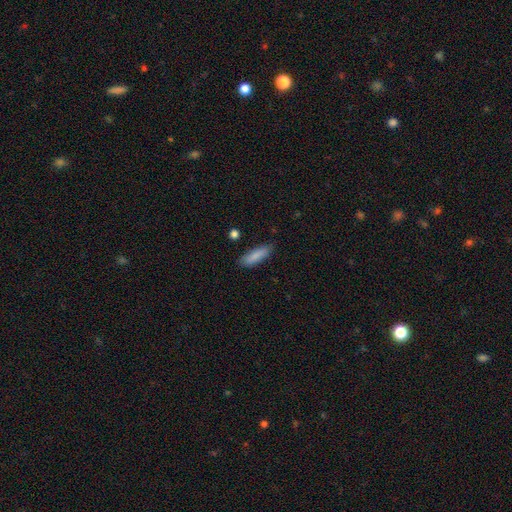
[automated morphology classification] Q: Smooth or featured?
A: smooth (86%); runner-up: featured or disk (8%)
Q: How rounded?
A: cigar-shaped (57%); runner-up: in between (41%)
Q: Merging?
A: none (83%); runner-up: minor disturbance (12%)